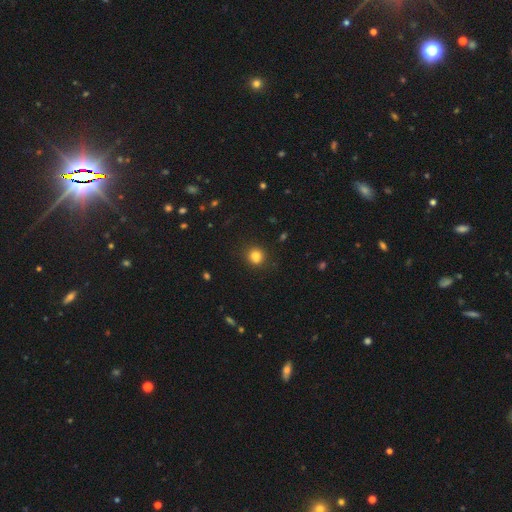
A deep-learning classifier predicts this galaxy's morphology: Smooth or featured: smooth — 82% (star or artifact — 12%)
How rounded: round — 86% (in between — 13%)
Merging: none — 87% (minor disturbance — 9%)